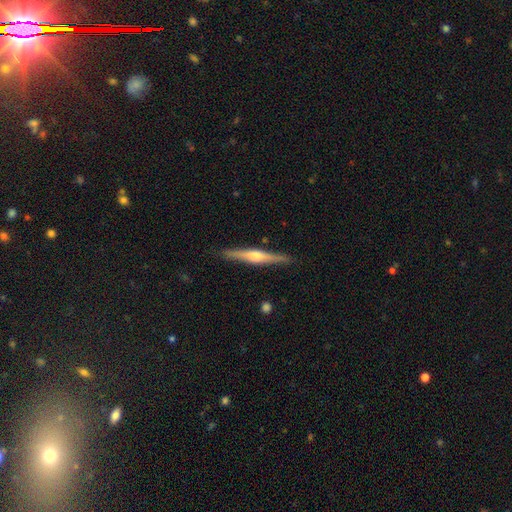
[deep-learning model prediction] A featured or disk galaxy (74%) viewed edge-on (98%) with a rounded central bulge (83%).

Vote fractions:
- Smooth or featured? featured or disk: 74% / smooth: 21% / star or artifact: 6%
- Edge-on disk? yes: 98% / no: 2%
- Edge-on bulge? rounded: 83% / boxy: 10% / none: 7%
- Merging? none: 91% / minor disturbance: 7% / major disturbance: 1% / merger: 1%